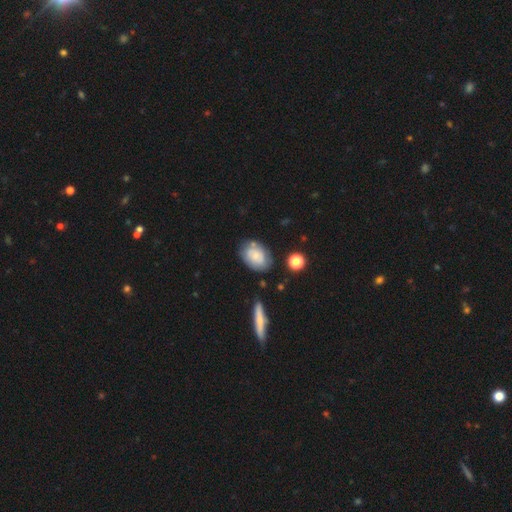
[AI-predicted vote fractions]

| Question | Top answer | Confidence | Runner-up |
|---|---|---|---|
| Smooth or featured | smooth | 58% | featured or disk (35%) |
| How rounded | in between | 78% | round (20%) |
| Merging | none | 68% | minor disturbance (20%) |